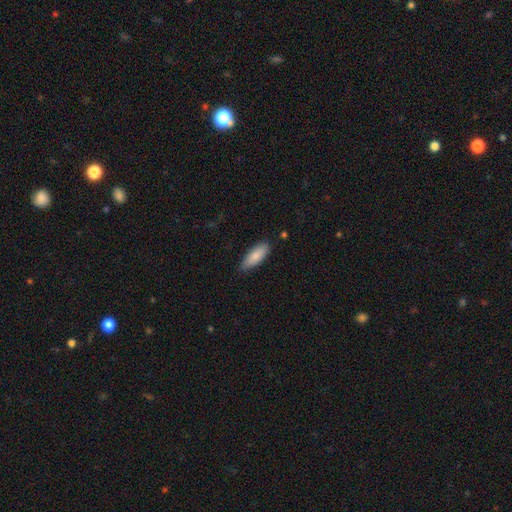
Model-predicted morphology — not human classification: Overall: smooth (85%). How rounded: in between (67%; cigar-shaped 31%). Merging: none (81%).